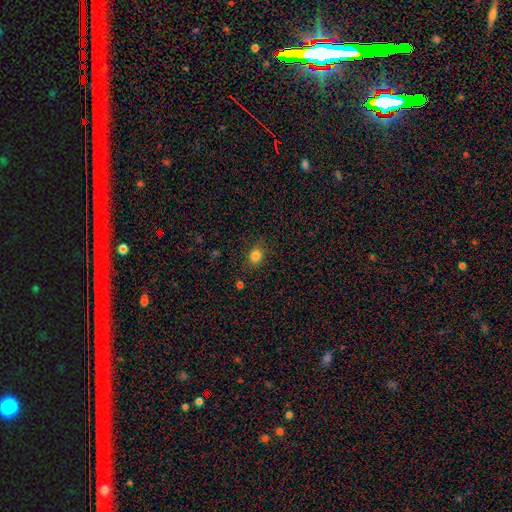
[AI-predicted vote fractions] The model was most divided on "how rounded": round: 55%, in between: 44%, cigar-shaped: 1%. More confident: merging — none (84%); smooth or featured — smooth (83%).